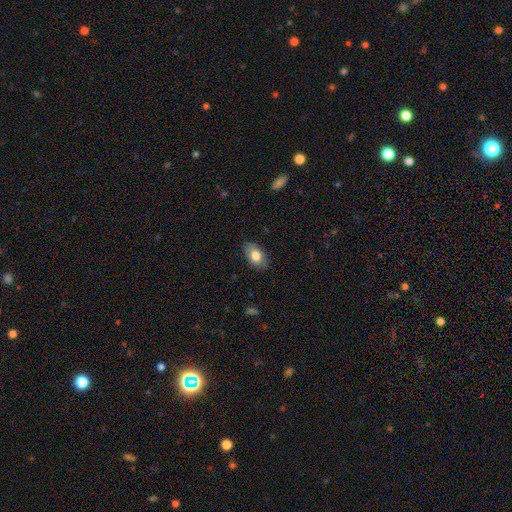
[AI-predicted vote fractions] Smooth or featured? smooth (78%)
How rounded? in between (89%)
Merging? none (82%)